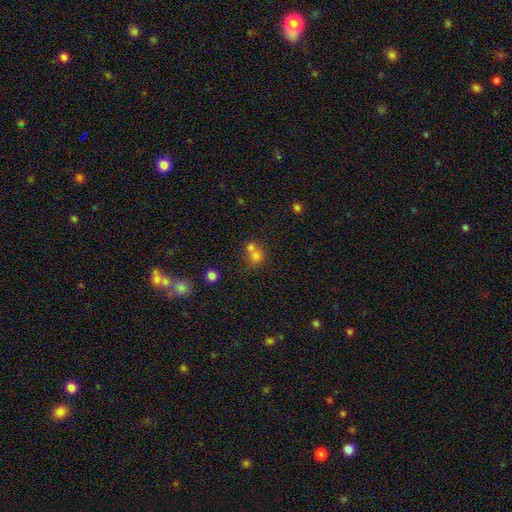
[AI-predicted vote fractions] A smooth galaxy with no disk features (69%) that is round (69%).

Vote fractions:
- Smooth or featured? smooth: 69% / star or artifact: 16% / featured or disk: 14%
- How rounded? round: 69% / in between: 30% / cigar-shaped: 1%
- Merging? merger: 55% / none: 32% / minor disturbance: 8% / major disturbance: 5%